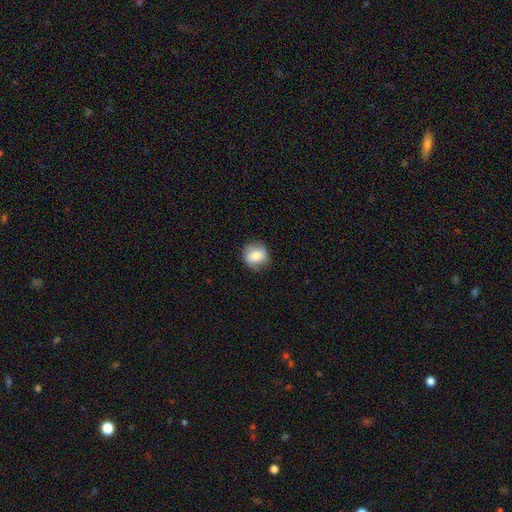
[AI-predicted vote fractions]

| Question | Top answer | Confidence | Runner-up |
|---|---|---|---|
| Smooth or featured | smooth | 74% | featured or disk (18%) |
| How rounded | round | 83% | in between (16%) |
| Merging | none | 79% | minor disturbance (16%) |